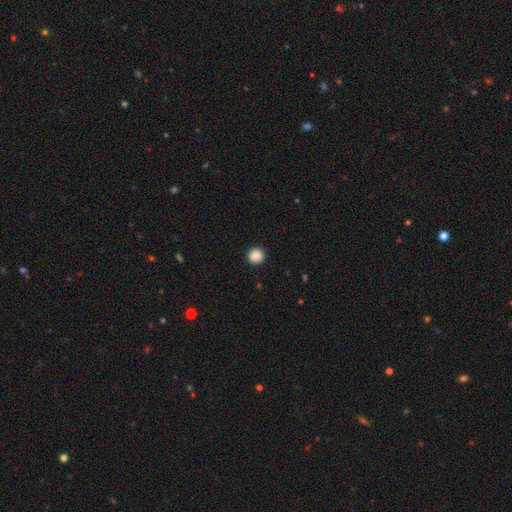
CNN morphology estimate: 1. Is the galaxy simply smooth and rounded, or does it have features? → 88% smooth, 9% star or artifact, 3% featured or disk.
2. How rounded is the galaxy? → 93% round, 6% in between, 1% cigar-shaped.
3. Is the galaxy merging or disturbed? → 93% none, 5% minor disturbance, 2% major disturbance, 1% merger.